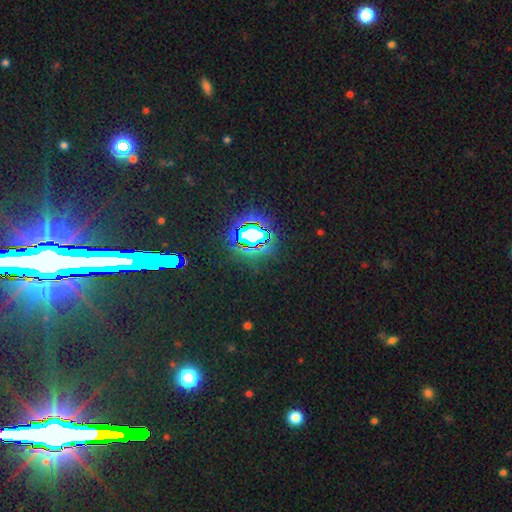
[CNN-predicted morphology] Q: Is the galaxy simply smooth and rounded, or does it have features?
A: star or artifact — 78%.